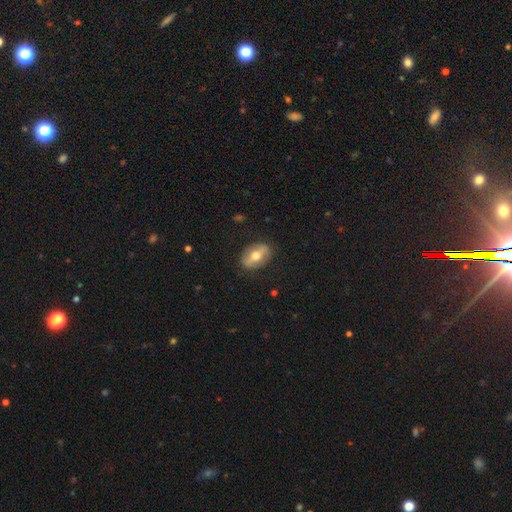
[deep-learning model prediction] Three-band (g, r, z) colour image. It shows a featured or disk galaxy (49%). Merging: none (84%).